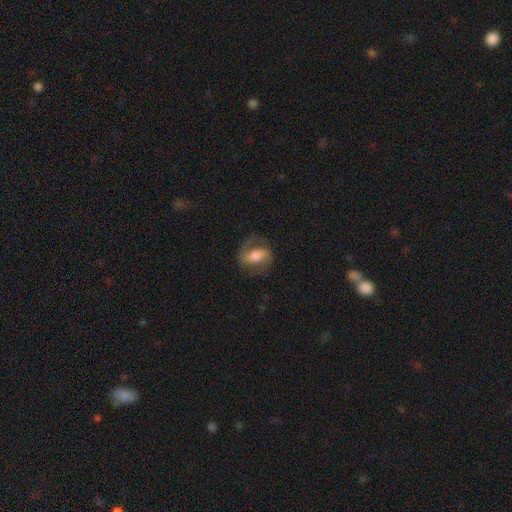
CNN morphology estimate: Smooth or featured: featured or disk — 65% (smooth — 28%)
Edge-on disk: no — 95% (yes — 5%)
Bar: weak — 38% (strong — 37%)
Spiral arms: yes — 86% (no — 14%)
Spiral winding: medium — 48% (loose — 33%)
Spiral arm count: 2 — 86% (1 — 6%)
Bulge size: moderate — 56% (large — 23%)
Merging: none — 70% (minor disturbance — 17%)